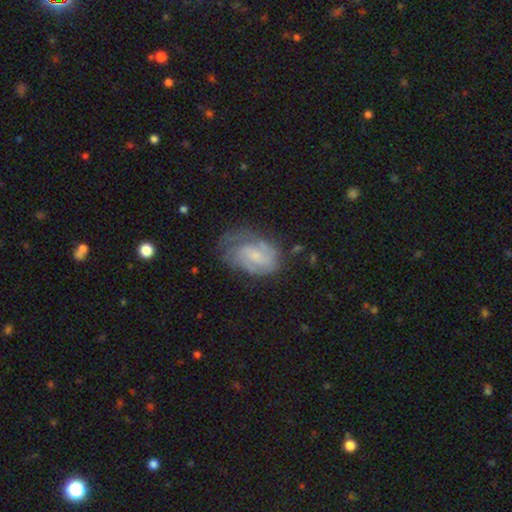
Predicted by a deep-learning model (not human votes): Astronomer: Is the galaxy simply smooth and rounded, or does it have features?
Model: featured or disk — 64%.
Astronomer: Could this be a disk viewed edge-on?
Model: no — 97%.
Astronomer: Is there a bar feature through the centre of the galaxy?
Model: no — 55% (runner-up: weak, 38%).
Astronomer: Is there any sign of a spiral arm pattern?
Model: yes — 81%.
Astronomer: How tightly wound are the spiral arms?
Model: tight — 49% (runner-up: medium, 37%).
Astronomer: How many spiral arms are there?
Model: can't tell — 43% (runner-up: 2, 33%).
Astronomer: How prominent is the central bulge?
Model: small — 61%.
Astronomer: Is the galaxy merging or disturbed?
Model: none — 45% (runner-up: minor disturbance, 31%).